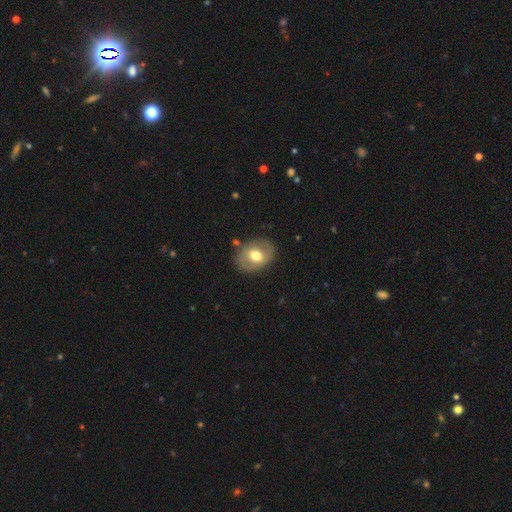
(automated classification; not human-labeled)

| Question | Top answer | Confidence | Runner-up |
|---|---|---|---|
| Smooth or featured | featured or disk | 50% | smooth (44%) |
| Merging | none | 81% | minor disturbance (12%) |